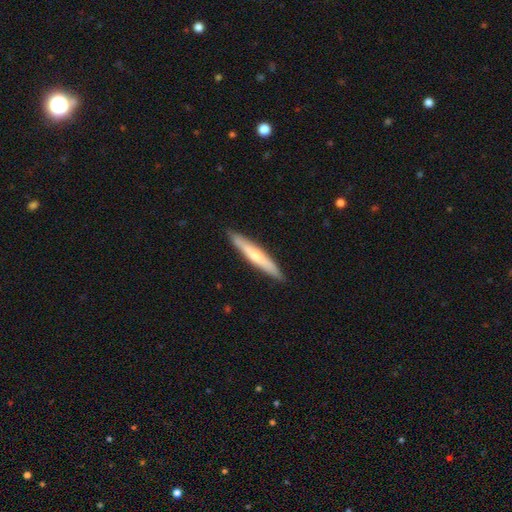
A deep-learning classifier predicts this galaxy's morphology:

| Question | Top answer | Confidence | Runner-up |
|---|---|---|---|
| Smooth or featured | smooth | 49% | featured or disk (45%) |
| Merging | none | 90% | minor disturbance (8%) |